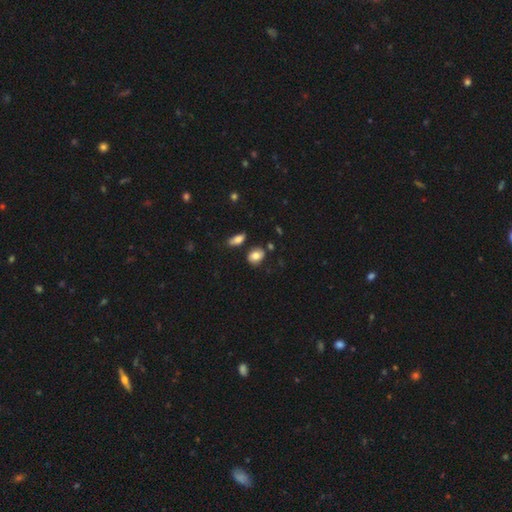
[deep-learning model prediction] Smooth or featured? smooth (79%)
How rounded? in between (60%)
Merging? none (75%)